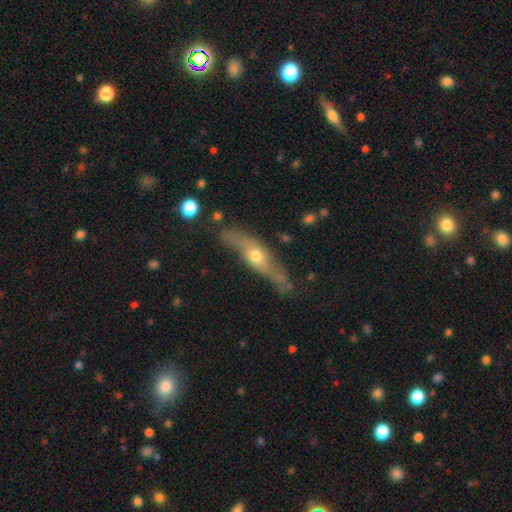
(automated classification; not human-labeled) Smooth or featured? featured or disk (66%)
Edge-on disk? yes (79%)
Edge-on bulge? rounded (89%)
Merging? none (74%)